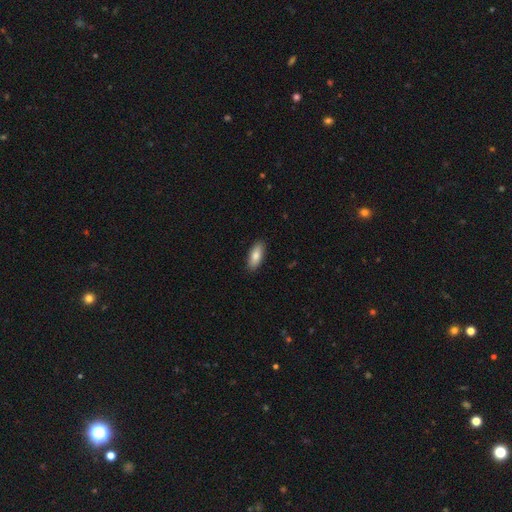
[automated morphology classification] smooth 83%, featured or disk 11%, star or artifact 6%. Down the decision tree: how rounded — in between (81%); merging — none (89%).